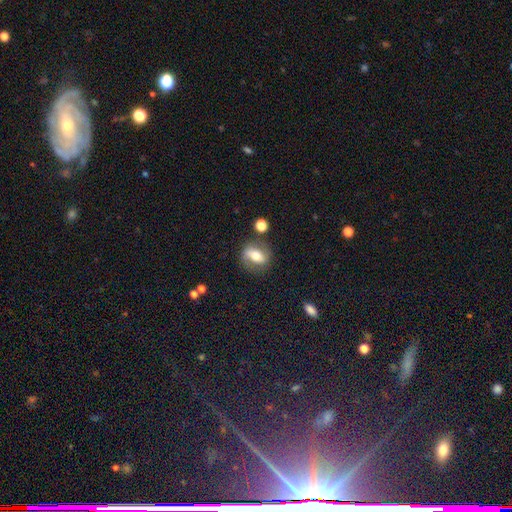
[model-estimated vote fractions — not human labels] Smooth or featured: featured or disk — 53% (smooth — 38%)
Edge-on disk: no — 90% (yes — 10%)
Merging: none — 73% (minor disturbance — 15%)